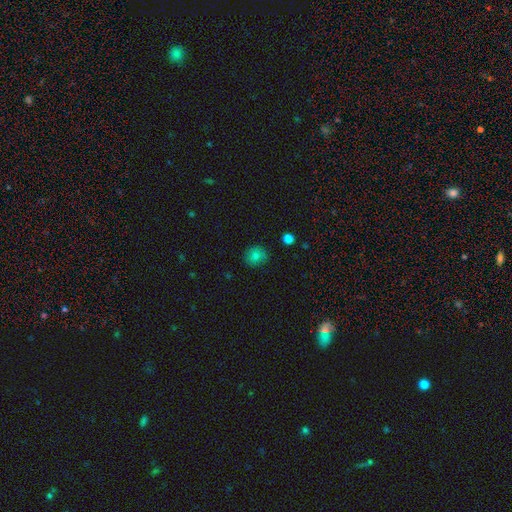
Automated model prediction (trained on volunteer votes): This appears to be a smooth galaxy with no disk features (79%) that is round (83%). Merging: none (82%).